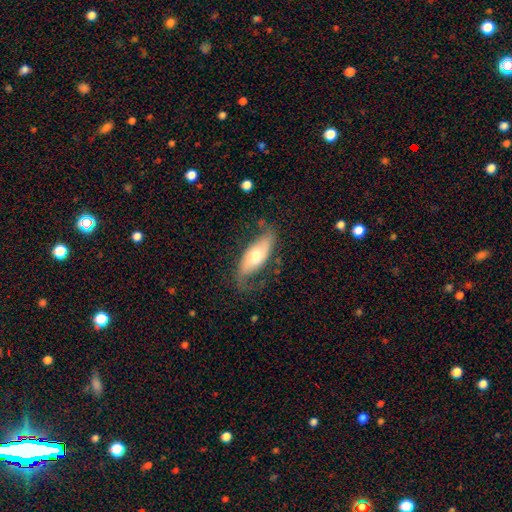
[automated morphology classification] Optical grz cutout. It shows a featured or disk galaxy (52%). Merging: none (58%).